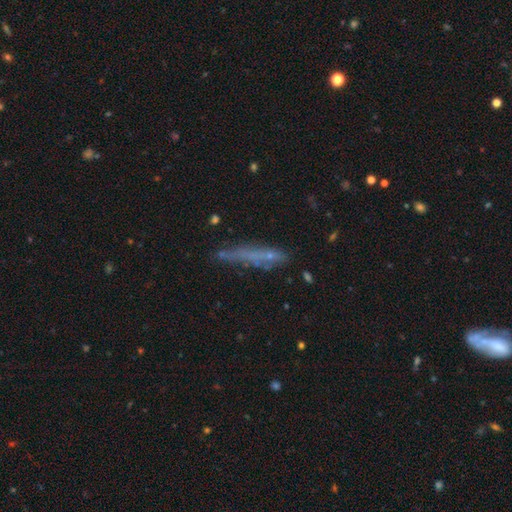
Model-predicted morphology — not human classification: type=smooth (49%); merging=none (57%).